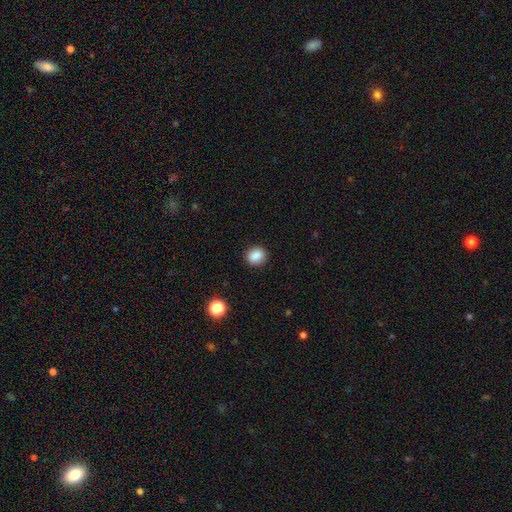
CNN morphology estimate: Q: Smooth or featured?
A: smooth (87%); runner-up: star or artifact (10%)
Q: How rounded?
A: round (70%); runner-up: in between (29%)
Q: Merging?
A: none (90%); runner-up: minor disturbance (7%)